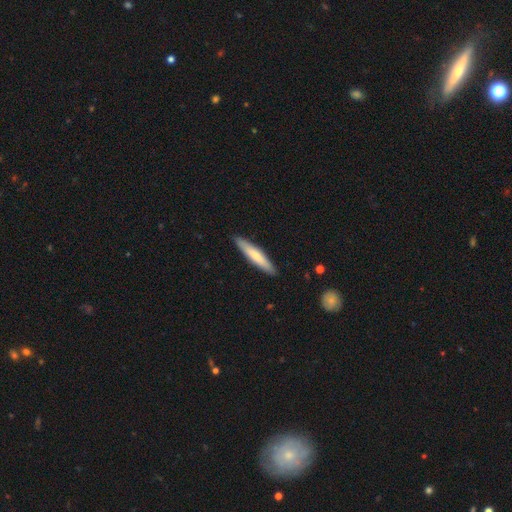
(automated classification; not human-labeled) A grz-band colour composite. It shows a smooth galaxy with no disk features (65%) that is cigar-shaped (90%). Merging: none (90%).